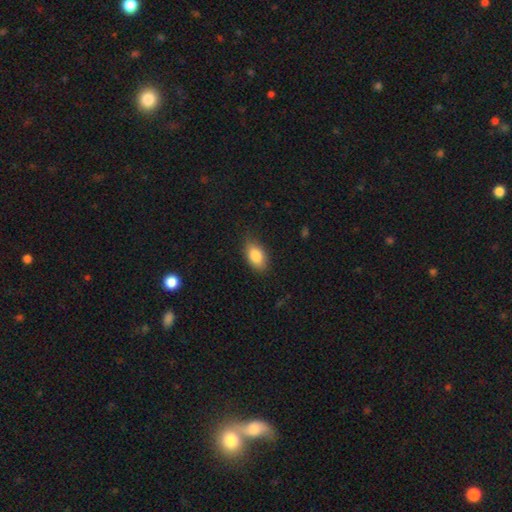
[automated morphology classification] type=smooth (84%); roundness=in between (90%); merging=none (79%).